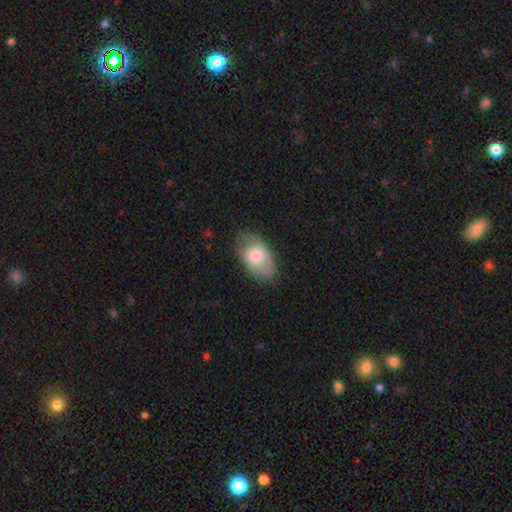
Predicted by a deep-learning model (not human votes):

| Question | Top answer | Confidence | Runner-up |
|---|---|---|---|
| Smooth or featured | smooth | 63% | featured or disk (30%) |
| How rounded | in between | 91% | round (7%) |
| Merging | none | 70% | minor disturbance (21%) |